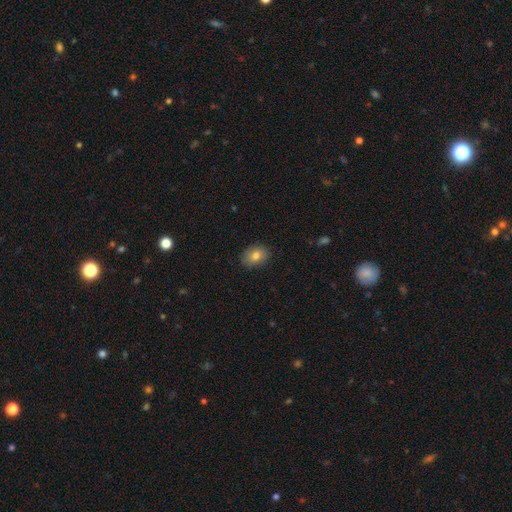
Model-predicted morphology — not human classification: A smooth galaxy with no disk features (80%) that is in between round and cigar-shaped (68%). Merging: none (86%).